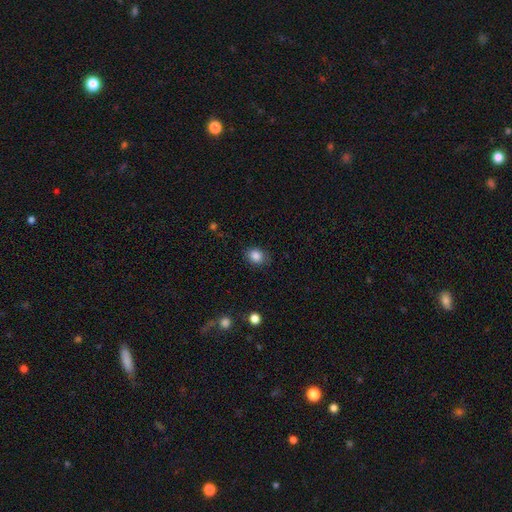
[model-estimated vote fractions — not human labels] Morphology: type=smooth (86%); roundness=round (55%); merging=none (81%).